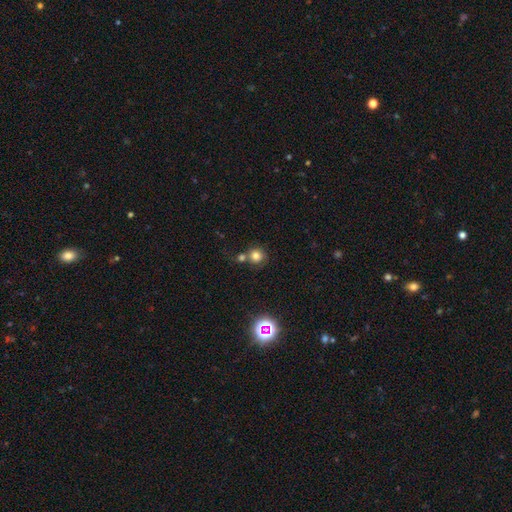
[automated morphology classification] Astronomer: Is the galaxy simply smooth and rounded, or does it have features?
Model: smooth — 75%.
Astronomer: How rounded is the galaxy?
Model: round — 89%.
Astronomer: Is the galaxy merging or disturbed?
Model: none — 54% (runner-up: merger, 32%).